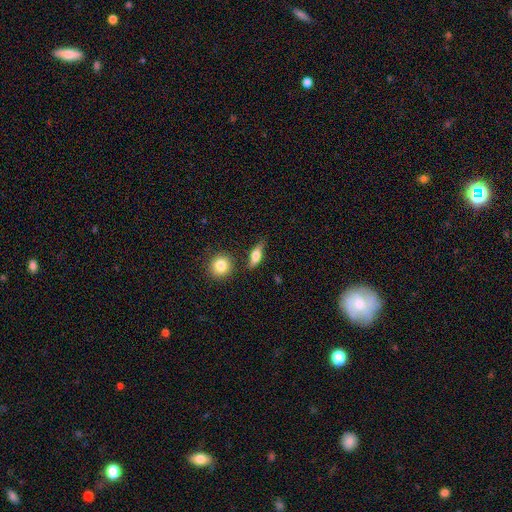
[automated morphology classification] Smooth or featured? Predicted: smooth (p=0.67). How rounded? Predicted: in between (p=0.63). Merging? Predicted: none (p=0.73).